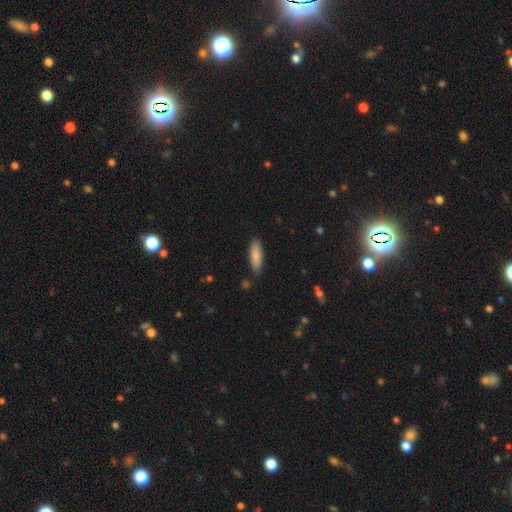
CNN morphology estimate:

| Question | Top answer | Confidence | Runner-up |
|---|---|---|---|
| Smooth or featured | smooth | 86% | featured or disk (8%) |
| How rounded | in between | 51% | cigar-shaped (47%) |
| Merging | none | 85% | minor disturbance (11%) |